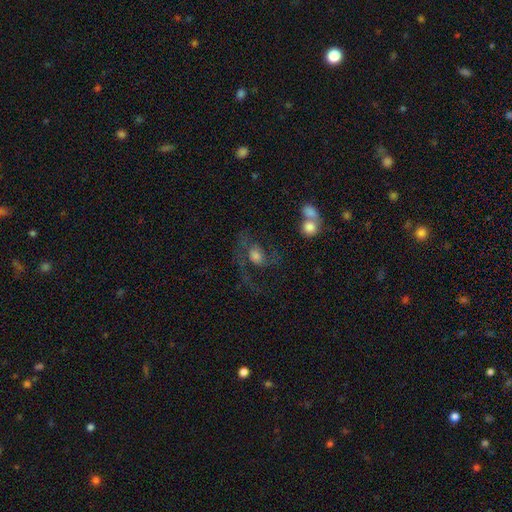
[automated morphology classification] Smooth or featured?
  - featured or disk: 56% *
  - smooth: 31%
  - star or artifact: 12%
Edge-on disk?
  - no: 95% *
  - yes: 5%
Bar?
  - no: 71% *
  - weak: 23%
  - strong: 5%
Spiral arms?
  - yes: 71% *
  - no: 29%
Bulge size?
  - moderate: 47% *
  - large: 23%
  - small: 19%
  - none: 7%
  - dominant: 4%
Merging?
  - major disturbance: 40% *
  - none: 35%
  - minor disturbance: 15%
  - merger: 10%